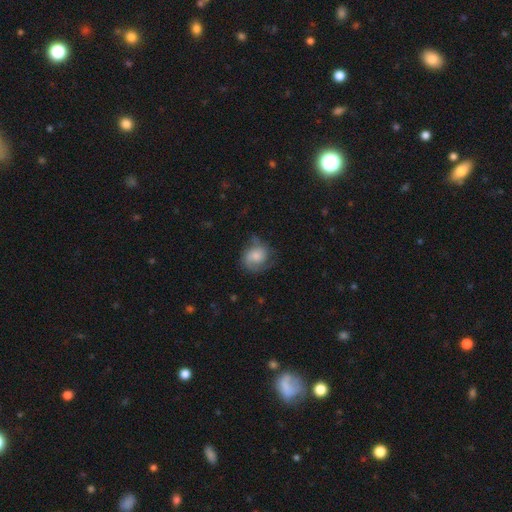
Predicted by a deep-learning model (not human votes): Q: Smooth or featured?
A: smooth (51%); runner-up: featured or disk (41%)
Q: How rounded?
A: round (69%); runner-up: in between (30%)
Q: Merging?
A: none (53%); runner-up: minor disturbance (30%)